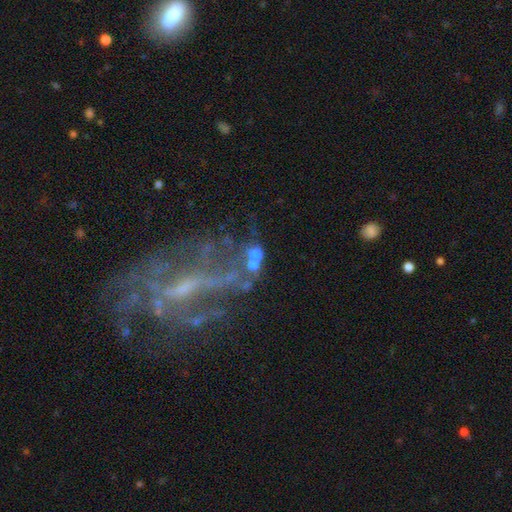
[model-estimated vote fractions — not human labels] Overall: smooth (48%; featured or disk 31%). Merging: merger (42%; none 28%).